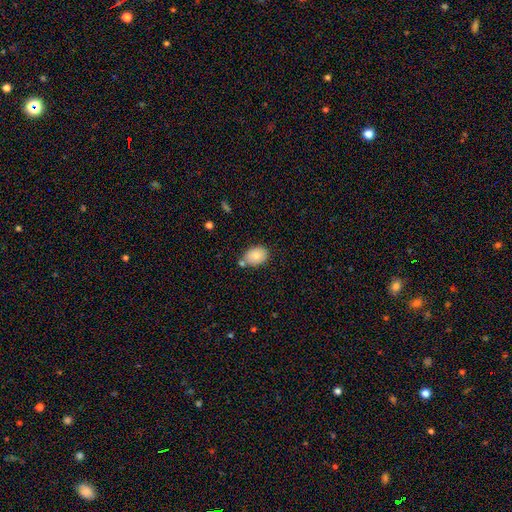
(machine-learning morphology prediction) Q: Smooth or featured?
A: smooth (80%); runner-up: featured or disk (12%)
Q: How rounded?
A: in between (74%); runner-up: round (25%)
Q: Merging?
A: none (69%); runner-up: minor disturbance (16%)